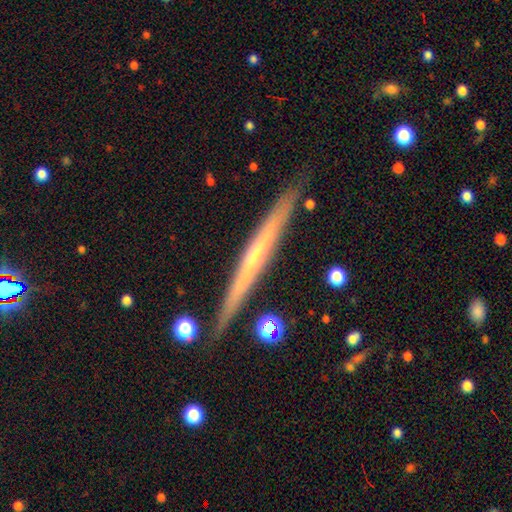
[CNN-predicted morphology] This appears to be a featured or disk galaxy (71%) viewed edge-on (97%) with no central bulge (55%). Merging: none (88%).